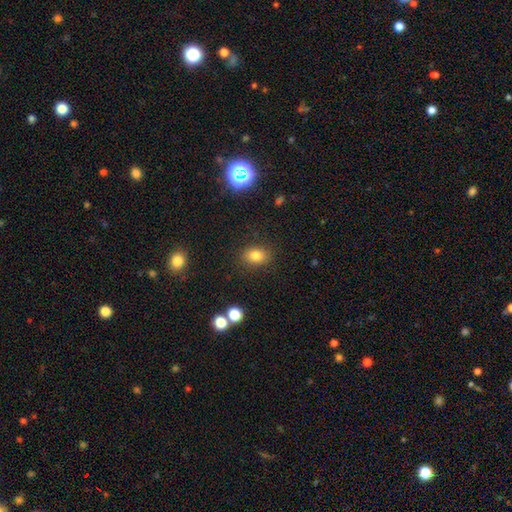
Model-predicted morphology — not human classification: Overall: smooth (80%). How rounded: in between (70%). Merging: none (86%).